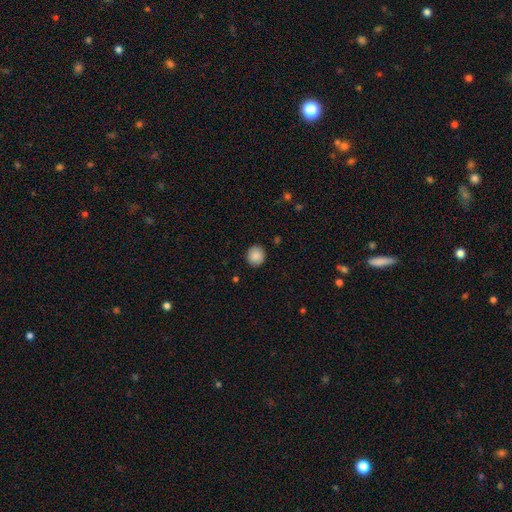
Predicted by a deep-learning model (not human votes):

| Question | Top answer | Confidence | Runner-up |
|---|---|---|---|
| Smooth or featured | smooth | 88% | star or artifact (8%) |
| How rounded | round | 86% | in between (13%) |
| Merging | none | 90% | minor disturbance (7%) |